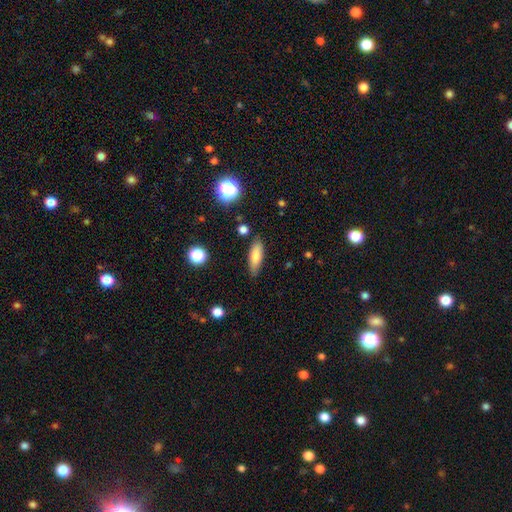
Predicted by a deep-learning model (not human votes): smooth 77%, featured or disk 15%, star or artifact 8%. Down the decision tree: how rounded — in between (58%); merging — none (83%).